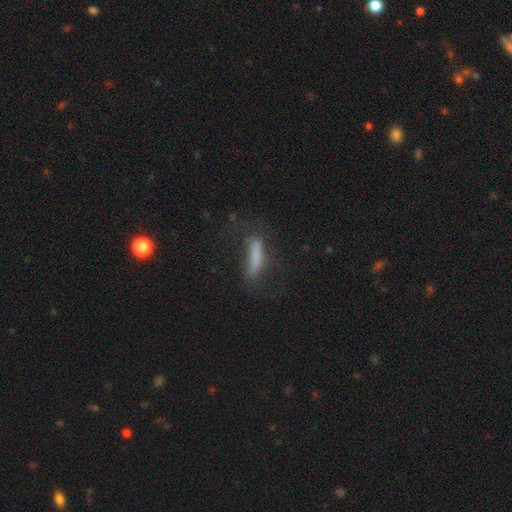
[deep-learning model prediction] Overall: smooth (67%). How rounded: cigar-shaped (79%). Merging: none (51%; minor disturbance 23%).